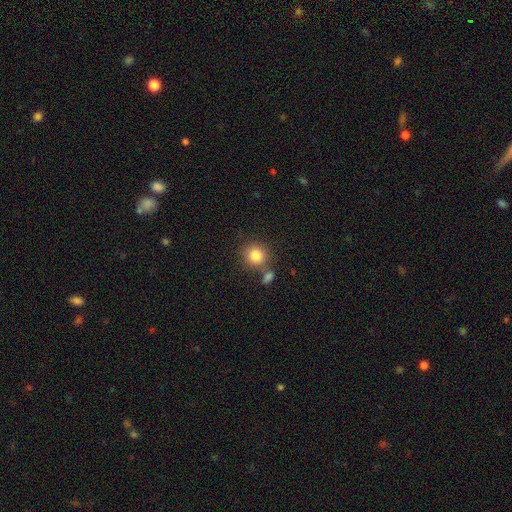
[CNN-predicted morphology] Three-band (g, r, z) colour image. It shows a smooth galaxy with no disk features (83%) that is round (87%). Merging: none (69%).